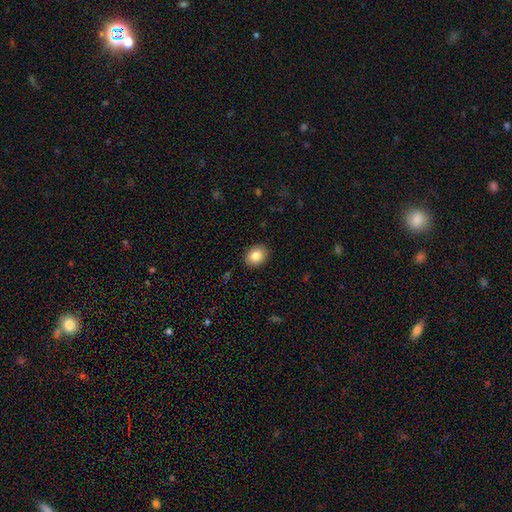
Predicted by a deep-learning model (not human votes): Overall: smooth (84%). How rounded: in between (56%; round 43%). Merging: none (90%).